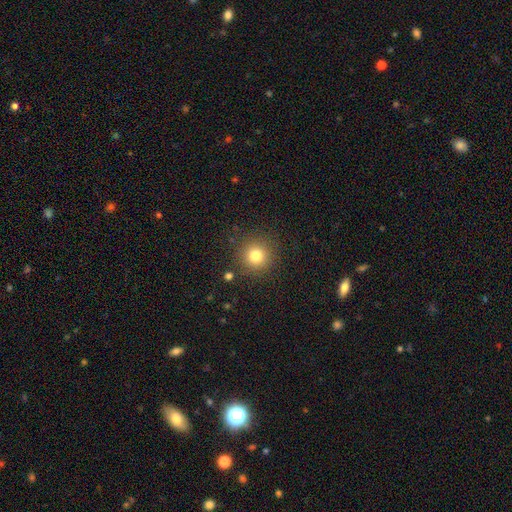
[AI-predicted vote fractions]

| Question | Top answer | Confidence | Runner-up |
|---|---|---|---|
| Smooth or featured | smooth | 80% | star or artifact (13%) |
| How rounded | round | 94% | in between (5%) |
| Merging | none | 88% | minor disturbance (7%) |